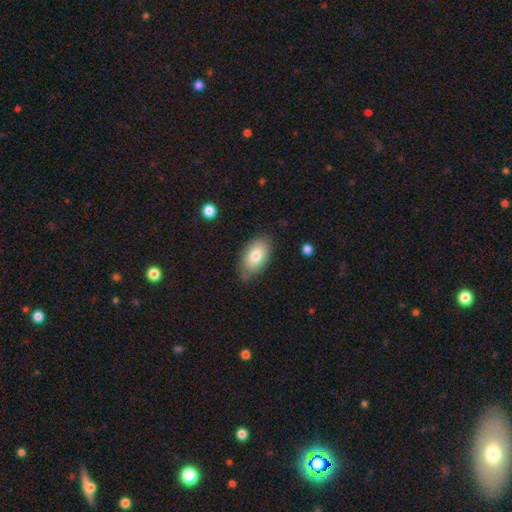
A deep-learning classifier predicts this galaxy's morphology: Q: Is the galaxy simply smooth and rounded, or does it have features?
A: smooth — 78%.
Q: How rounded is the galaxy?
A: in between — 93%.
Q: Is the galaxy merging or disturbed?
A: none — 75%.